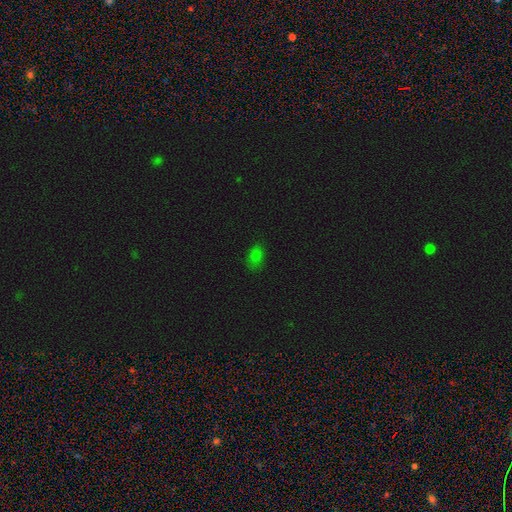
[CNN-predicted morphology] A smooth galaxy with no disk features (76%) that is in between round and cigar-shaped (84%).

Vote fractions:
- Smooth or featured? smooth: 76% / star or artifact: 18% / featured or disk: 5%
- How rounded? in between: 84% / round: 14% / cigar-shaped: 3%
- Merging? none: 75% / minor disturbance: 18% / major disturbance: 5% / merger: 2%